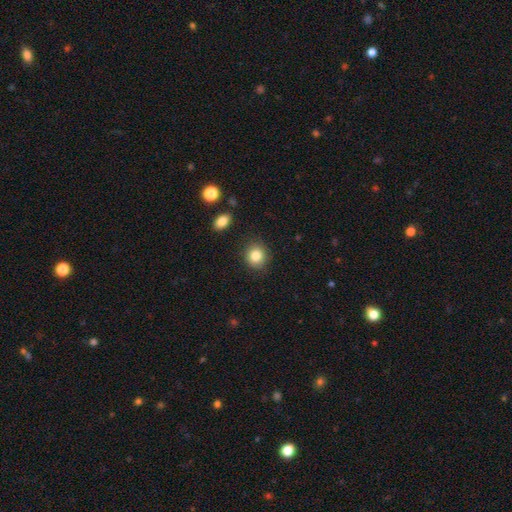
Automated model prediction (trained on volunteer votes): A smooth galaxy with no disk features (85%) that is round (79%). Merging: none (87%).